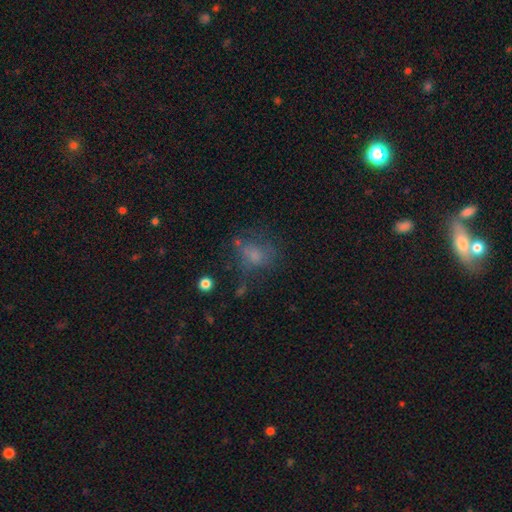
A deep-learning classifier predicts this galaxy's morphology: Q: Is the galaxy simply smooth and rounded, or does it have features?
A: smooth — 59%.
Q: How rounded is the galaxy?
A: in between — 52%.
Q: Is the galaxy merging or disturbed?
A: none — 47%.